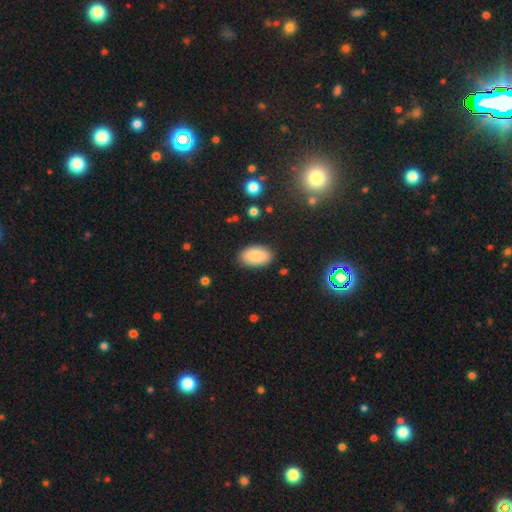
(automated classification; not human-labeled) smooth_or_featured: smooth (p=0.86) [alt: star or artifact p=0.07]
how_rounded: in between (p=0.94) [alt: round p=0.04]
merging: none (p=0.87) [alt: minor disturbance p=0.09]